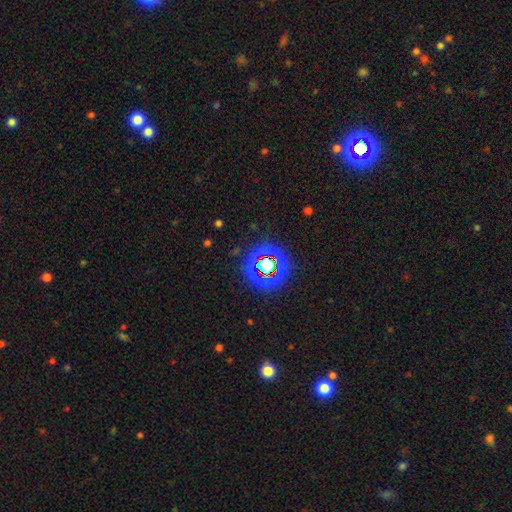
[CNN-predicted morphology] star or artifact 69%, smooth 19%, featured or disk 12%.